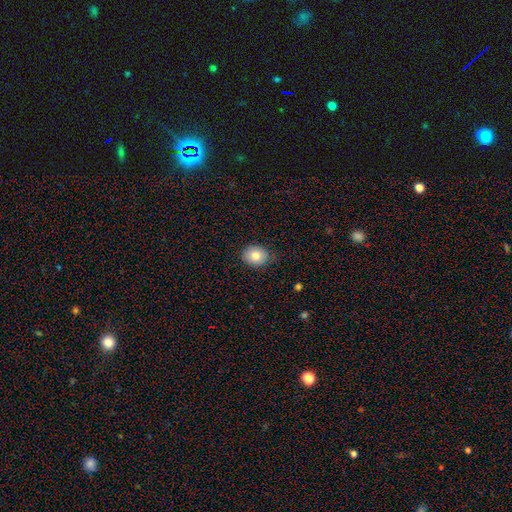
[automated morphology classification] smooth-or-featured: smooth: 80% | featured or disk: 11% | star or artifact: 9%
  how-rounded: round: 56% | in between: 43% | cigar-shaped: 1%
  merging: none: 78% | minor disturbance: 18% | major disturbance: 3% | merger: 1%